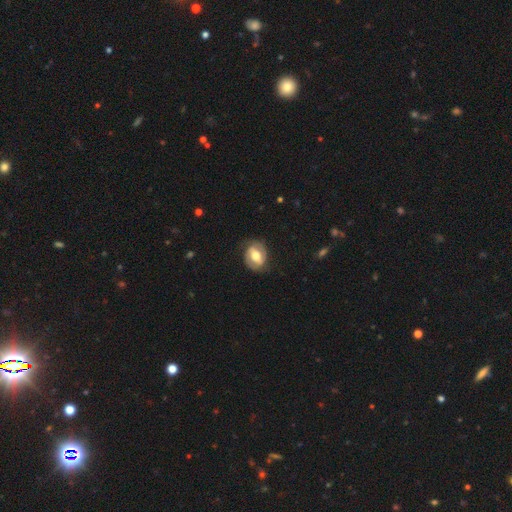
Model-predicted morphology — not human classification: The model was most divided on "bar": weak: 40%, no: 33%, strong: 27%. More confident: edge-on disk — no (95%); merging — none (76%); spiral arms — yes (68%); smooth or featured — featured or disk (58%); bulge size — moderate (56%).